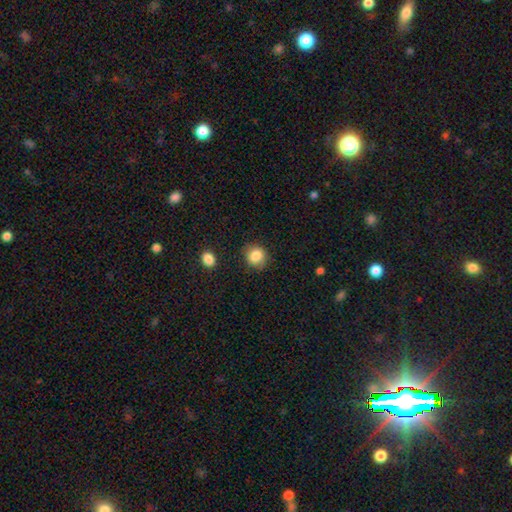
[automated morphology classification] Smooth or featured? smooth (86%)
How rounded? round (78%)
Merging? none (81%)